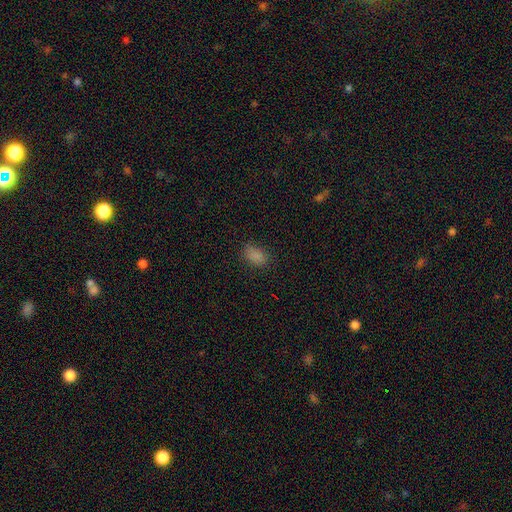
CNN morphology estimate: smooth 82%, star or artifact 13%, featured or disk 4%. Down the decision tree: how rounded — in between (88%); merging — none (79%).